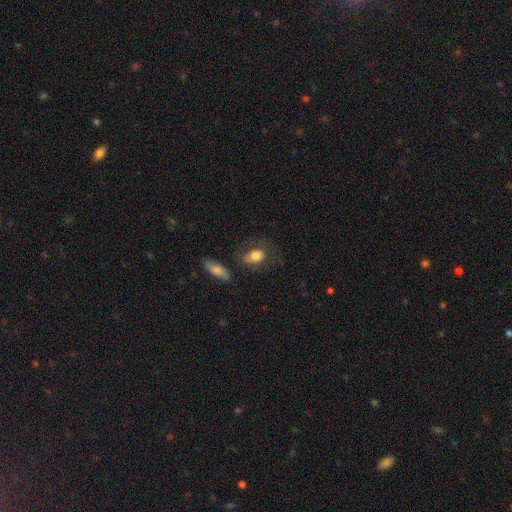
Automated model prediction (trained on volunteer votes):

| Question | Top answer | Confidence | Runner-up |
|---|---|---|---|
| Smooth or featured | smooth | 74% | featured or disk (17%) |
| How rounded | in between | 79% | round (18%) |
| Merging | none | 58% | minor disturbance (21%) |